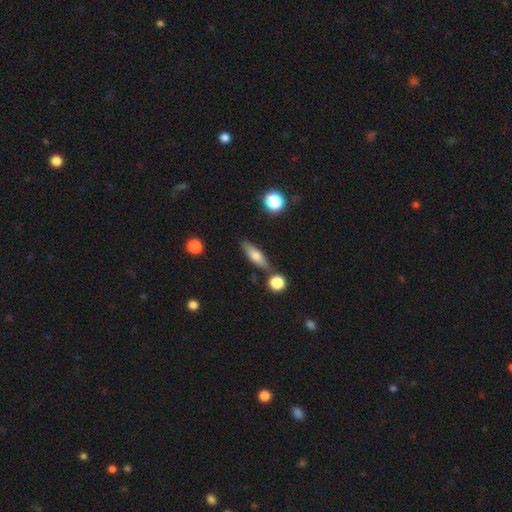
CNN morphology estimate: Smooth or featured?
  - smooth: 62% *
  - featured or disk: 31%
  - star or artifact: 7%
How rounded?
  - cigar-shaped: 55% *
  - in between: 41%
  - round: 4%
Merging?
  - none: 76% *
  - minor disturbance: 12%
  - merger: 8%
  - major disturbance: 3%